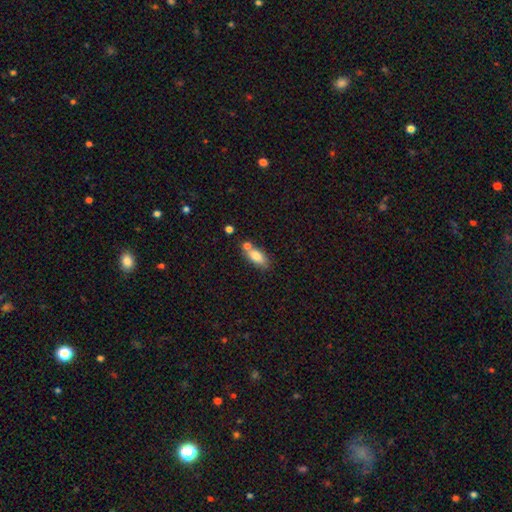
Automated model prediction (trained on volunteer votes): smooth 79%, featured or disk 13%, star or artifact 8%. Down the decision tree: how rounded — in between (82%); merging — none (55%).